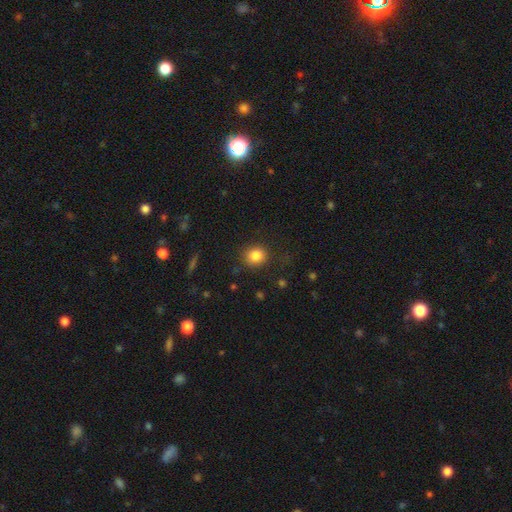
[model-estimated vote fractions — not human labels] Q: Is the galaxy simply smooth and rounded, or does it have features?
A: smooth — 84%.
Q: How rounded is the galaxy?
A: round — 80%.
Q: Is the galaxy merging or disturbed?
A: none — 83%.